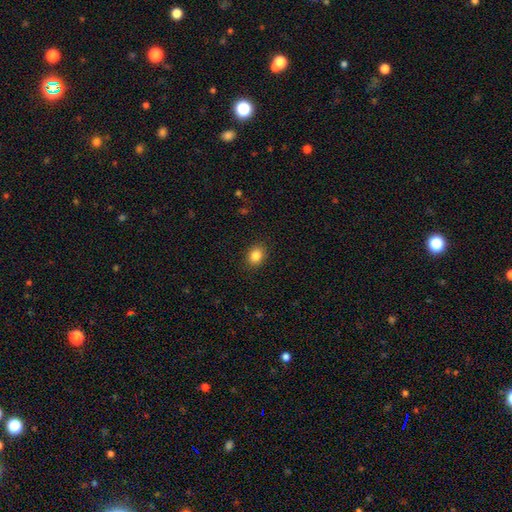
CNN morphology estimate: Smooth or featured: smooth — 85% (star or artifact — 10%)
How rounded: in between — 52% (round — 47%)
Merging: none — 89% (minor disturbance — 8%)